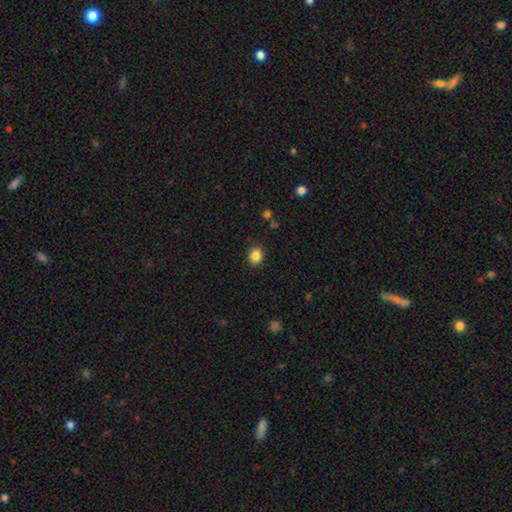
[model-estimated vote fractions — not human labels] Smooth or featured?
  - smooth: 85% *
  - star or artifact: 11%
  - featured or disk: 4%
How rounded?
  - round: 70% *
  - in between: 29%
  - cigar-shaped: 1%
Merging?
  - none: 88% *
  - minor disturbance: 8%
  - major disturbance: 2%
  - merger: 1%